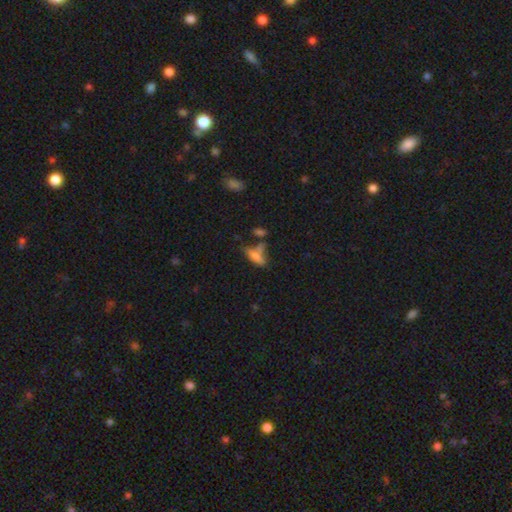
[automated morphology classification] smooth-or-featured: smooth: 66% | featured or disk: 21% | star or artifact: 12%
  how-rounded: in between: 55% | cigar-shaped: 41% | round: 4%
  merging: none: 41% | merger: 28% | minor disturbance: 19% | major disturbance: 12%